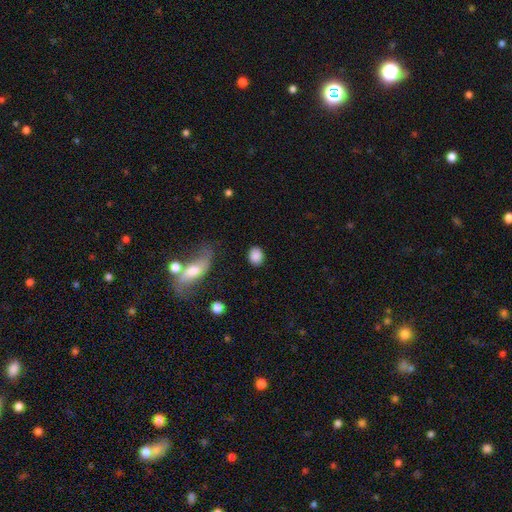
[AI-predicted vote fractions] Smooth or featured: smooth — 87% (star or artifact — 8%)
How rounded: in between — 55% (round — 43%)
Merging: none — 84% (minor disturbance — 10%)